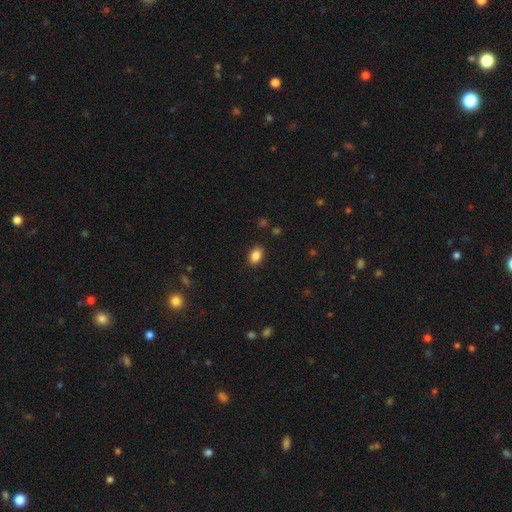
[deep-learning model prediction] This is clearly a smooth galaxy (87%). How rounded: clearly in between (81%). Merging: clearly none (88%).